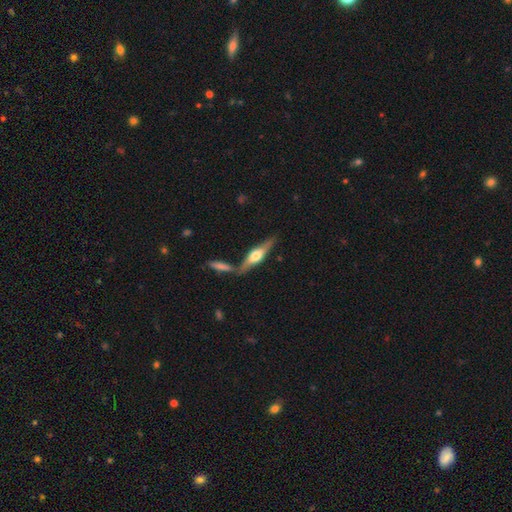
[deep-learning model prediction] A featured or disk galaxy (66%) viewed edge-on (95%) with a rounded central bulge (91%).

Vote fractions:
- Smooth or featured? featured or disk: 66% / smooth: 29% / star or artifact: 6%
- Edge-on disk? yes: 95% / no: 5%
- Edge-on bulge? rounded: 91% / boxy: 7% / none: 2%
- Merging? none: 68% / merger: 18% / minor disturbance: 11% / major disturbance: 3%